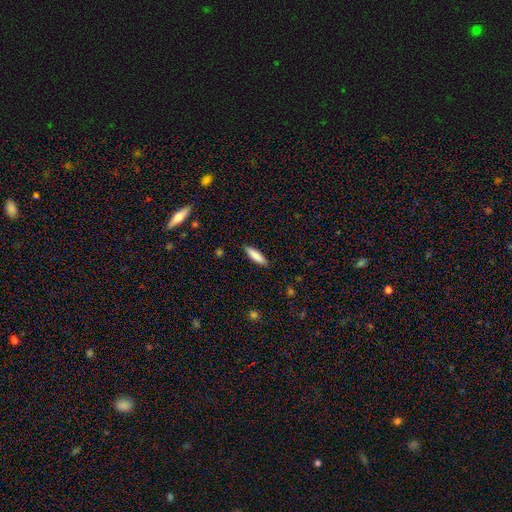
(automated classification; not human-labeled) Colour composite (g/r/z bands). It shows a smooth galaxy with no disk features (83%) that is cigar-shaped (71%). Merging: none (89%).